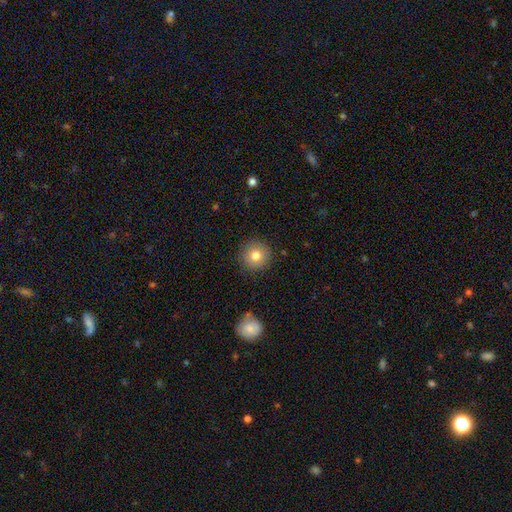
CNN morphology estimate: Smooth or featured? smooth (81%)
How rounded? round (94%)
Merging? none (89%)